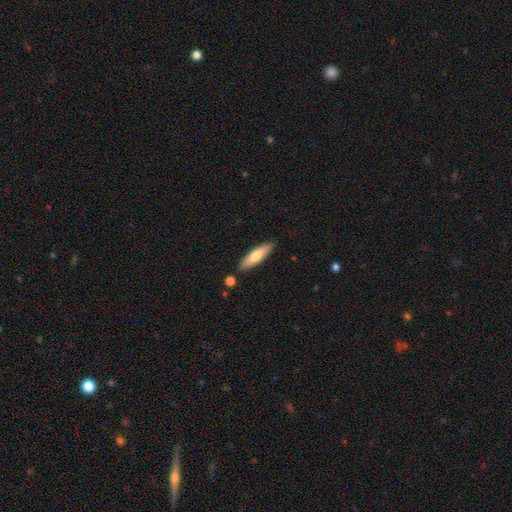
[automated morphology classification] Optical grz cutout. It shows a smooth galaxy with no disk features (68%) that is cigar-shaped (70%). Merging: none (85%).